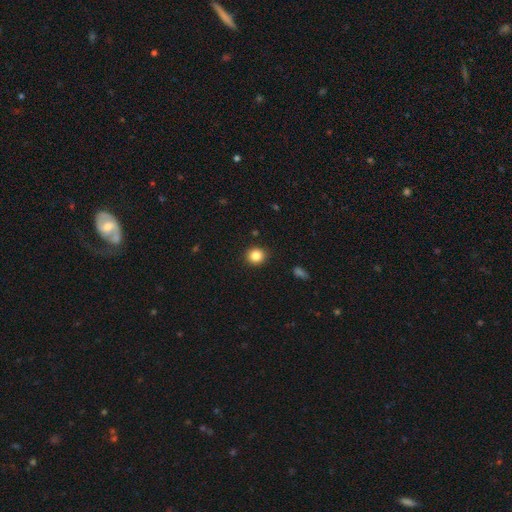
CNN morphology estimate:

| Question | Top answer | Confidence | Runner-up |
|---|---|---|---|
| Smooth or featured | smooth | 85% | star or artifact (11%) |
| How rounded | round | 89% | in between (10%) |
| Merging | none | 92% | minor disturbance (6%) |